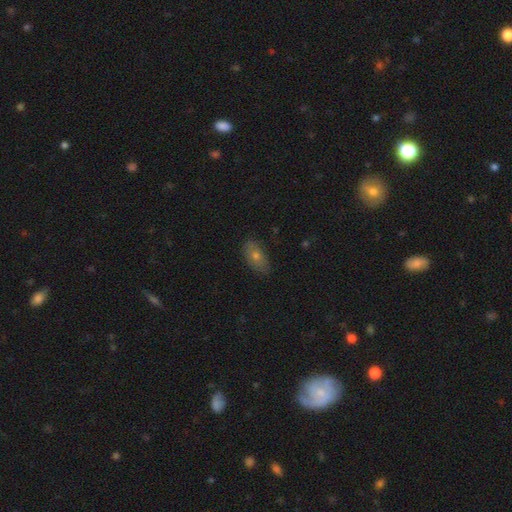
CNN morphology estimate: Smooth or featured: smooth — 62% (featured or disk — 25%)
How rounded: in between — 88% (round — 8%)
Merging: none — 80% (minor disturbance — 15%)